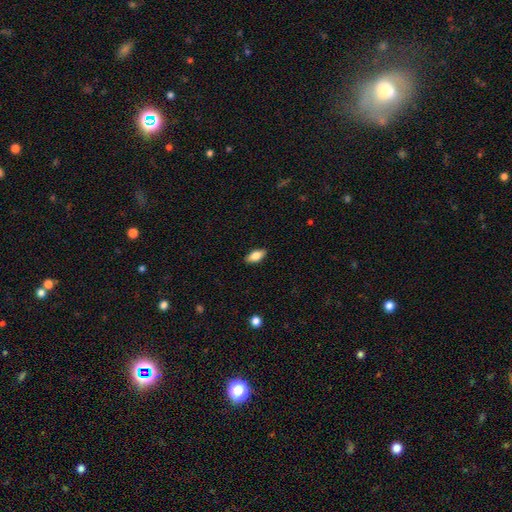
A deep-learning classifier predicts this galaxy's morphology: A smooth galaxy with no disk features (76%) that is in between round and cigar-shaped (86%). Merging: none (88%).